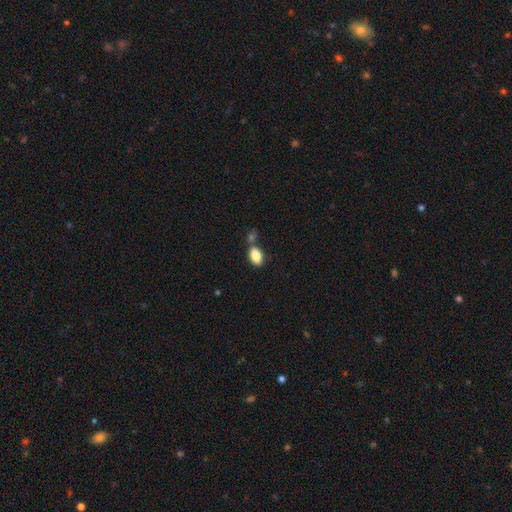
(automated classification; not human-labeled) smooth-or-featured: smooth: 84% | star or artifact: 8% | featured or disk: 8%
  how-rounded: in between: 90% | round: 8% | cigar-shaped: 2%
  merging: none: 60% | merger: 22% | minor disturbance: 14% | major disturbance: 4%